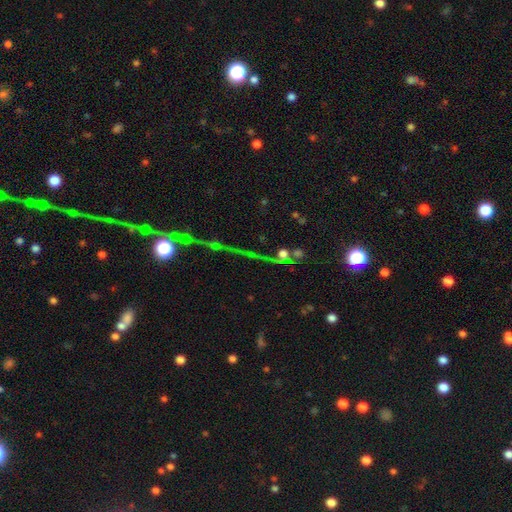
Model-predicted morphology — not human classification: A star or artifact, not a galaxy (60%).

Vote fractions:
- Smooth or featured? star or artifact: 60% / featured or disk: 22% / smooth: 18%